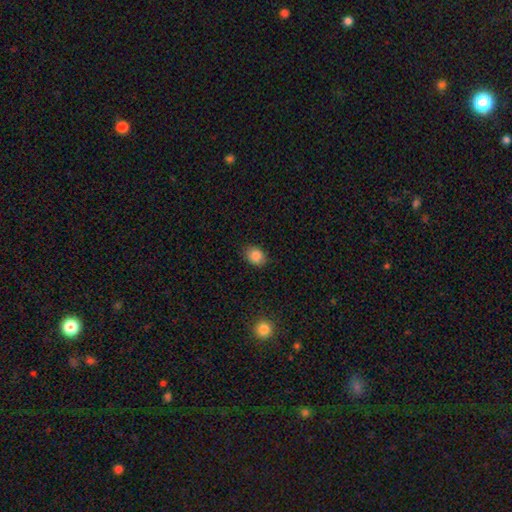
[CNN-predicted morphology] Smooth or featured: smooth — 86% (star or artifact — 9%)
How rounded: in between — 54% (round — 45%)
Merging: none — 85% (minor disturbance — 11%)